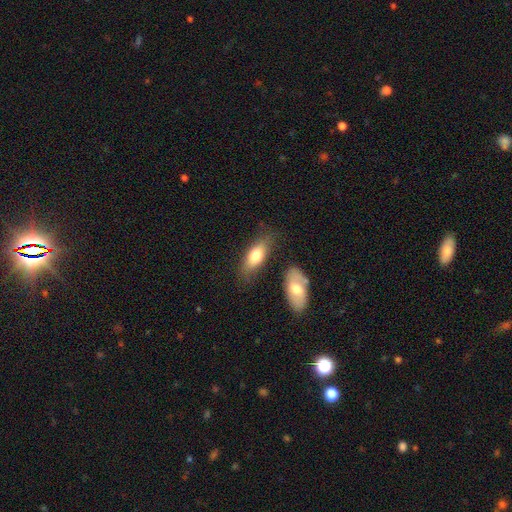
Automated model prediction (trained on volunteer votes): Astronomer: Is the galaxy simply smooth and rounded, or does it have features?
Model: smooth — 74%.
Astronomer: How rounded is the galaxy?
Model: in between — 80%.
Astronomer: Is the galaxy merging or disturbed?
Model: none — 72%.